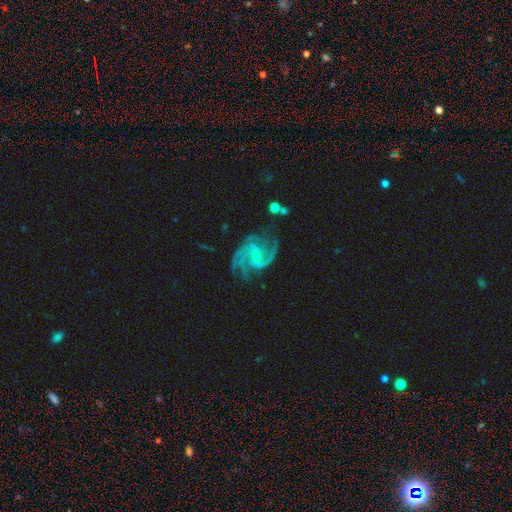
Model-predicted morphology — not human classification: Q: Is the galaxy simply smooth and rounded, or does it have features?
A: featured or disk — 92%.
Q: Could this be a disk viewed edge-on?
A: no — 98%.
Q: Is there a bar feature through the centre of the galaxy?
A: no — 52%.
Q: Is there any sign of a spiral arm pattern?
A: yes — 98%.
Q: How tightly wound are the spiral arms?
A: medium — 54%.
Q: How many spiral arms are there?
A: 3 — 34%.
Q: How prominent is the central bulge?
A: small — 78%.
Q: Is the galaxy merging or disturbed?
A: none — 66%.